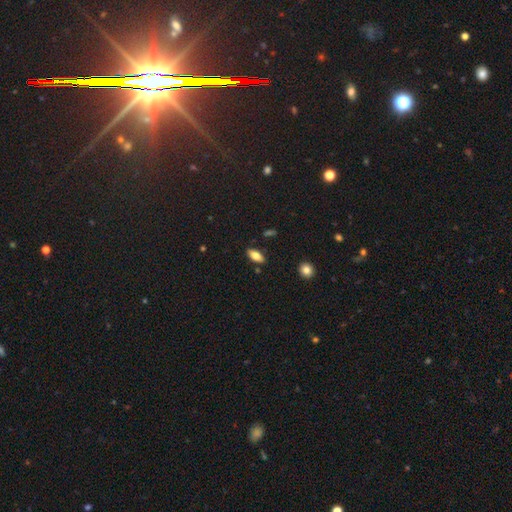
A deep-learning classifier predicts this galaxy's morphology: Overall: smooth (77%). How rounded: in between (88%). Merging: none (86%).